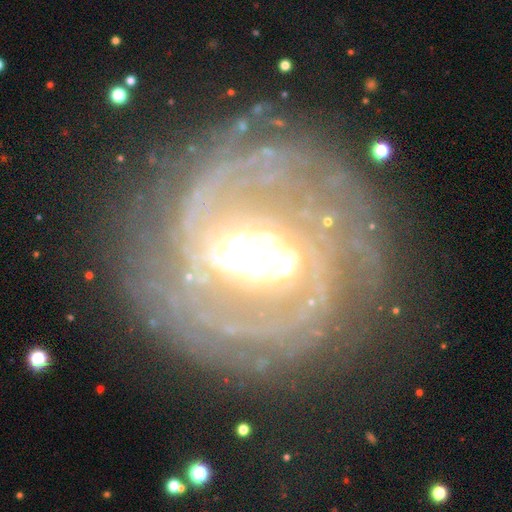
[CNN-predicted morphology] A featured or disk galaxy (88%) with a strong bar (46%), 2 (45%) tight (61%) spiral arms (92%) and a moderate central bulge (46%). Merging: none (76%).